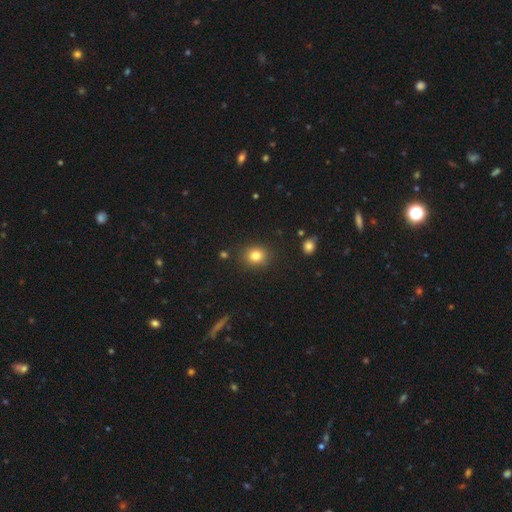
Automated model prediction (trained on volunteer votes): Smooth or featured: smooth — 82% (star or artifact — 11%)
How rounded: round — 71% (in between — 28%)
Merging: none — 87% (minor disturbance — 8%)